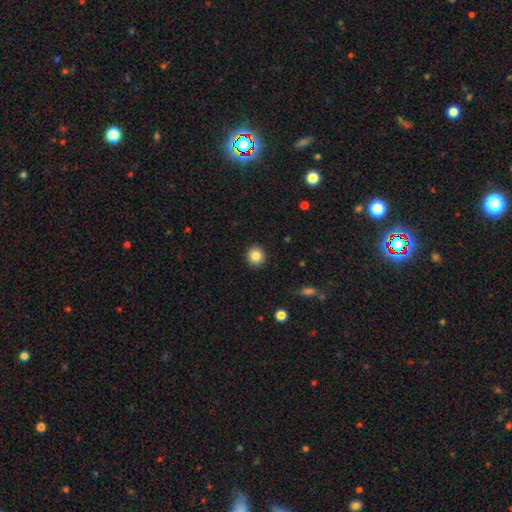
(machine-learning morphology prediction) Smooth or featured? smooth (84%)
How rounded? round (89%)
Merging? none (92%)